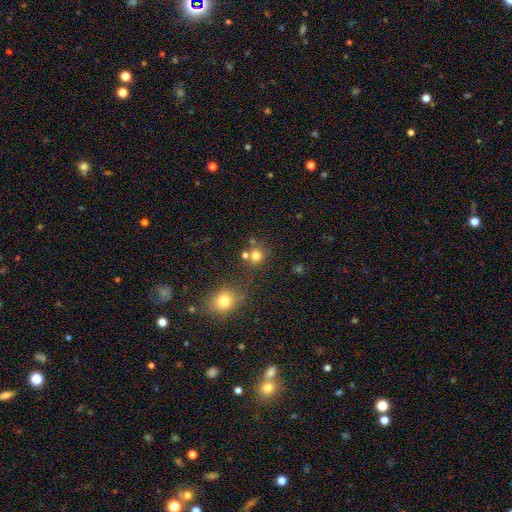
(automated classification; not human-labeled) The model was most divided on "merging": none: 63%, merger: 24%, minor disturbance: 9%, major disturbance: 4%. More confident: how rounded — round (87%); smooth or featured — smooth (75%).